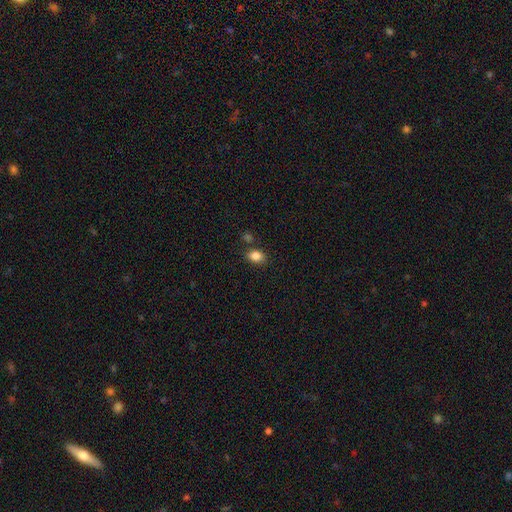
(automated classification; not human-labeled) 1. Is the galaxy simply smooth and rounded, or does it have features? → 85% smooth, 10% star or artifact, 5% featured or disk.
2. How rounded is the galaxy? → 73% in between, 26% round, 1% cigar-shaped.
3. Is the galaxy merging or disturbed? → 77% none, 12% minor disturbance, 8% merger, 3% major disturbance.